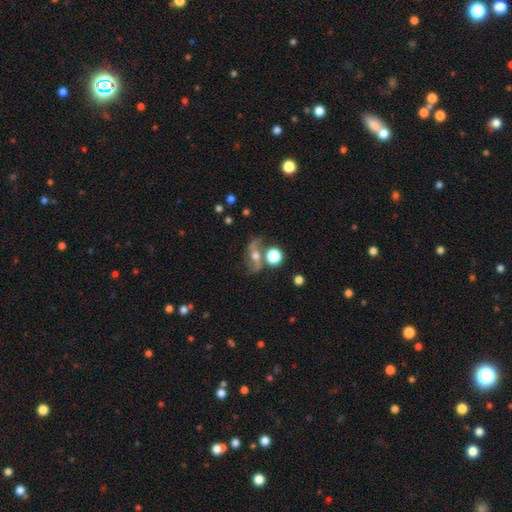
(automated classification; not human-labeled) Smooth or featured?
  - featured or disk: 68% *
  - smooth: 21%
  - star or artifact: 12%
Edge-on disk?
  - no: 92% *
  - yes: 8%
Bar?
  - no: 44% *
  - weak: 34%
  - strong: 23%
Spiral arms?
  - yes: 86% *
  - no: 14%
Spiral winding?
  - loose: 71% *
  - medium: 22%
  - tight: 7%
Spiral arm count?
  - 2: 92% *
  - can't tell: 3%
  - 1: 2%
  - 3: 1%
  - 4: 1%
  - more than 4: 1%
Bulge size?
  - moderate: 67% *
  - small: 16%
  - large: 13%
  - none: 2%
  - dominant: 2%
Merging?
  - none: 65% *
  - minor disturbance: 14%
  - merger: 13%
  - major disturbance: 7%